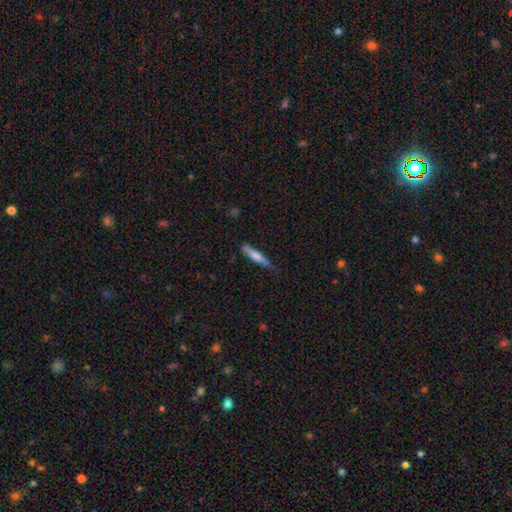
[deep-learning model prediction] Smooth or featured?
  - smooth: 63% *
  - featured or disk: 32%
  - star or artifact: 5%
How rounded?
  - cigar-shaped: 90% *
  - in between: 9%
  - round: 1%
Merging?
  - none: 73% *
  - minor disturbance: 22%
  - major disturbance: 4%
  - merger: 2%